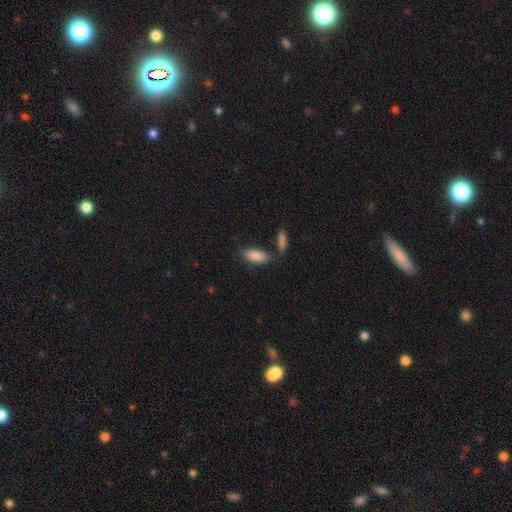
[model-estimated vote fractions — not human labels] Smooth or featured: smooth — 88% (featured or disk — 6%)
How rounded: in between — 88% (cigar-shaped — 10%)
Merging: none — 71% (minor disturbance — 13%)